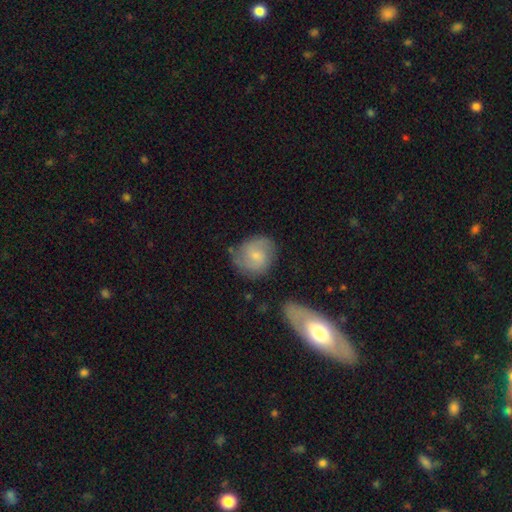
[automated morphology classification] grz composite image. It shows a featured or disk galaxy (52%) with no bar (51%), spiral arms (88%) and a small central bulge (65%). Merging: none (73%).